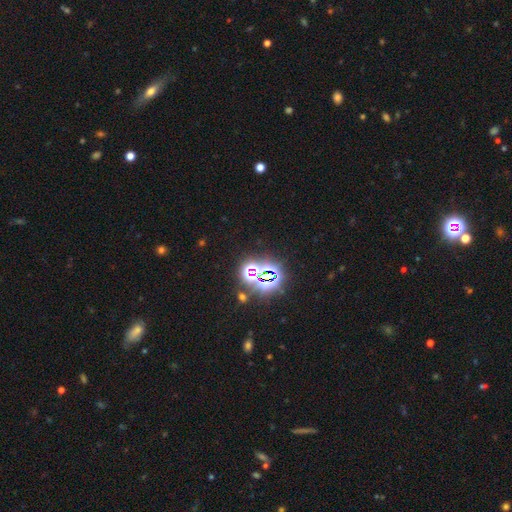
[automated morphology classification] type=star or artifact (80%).